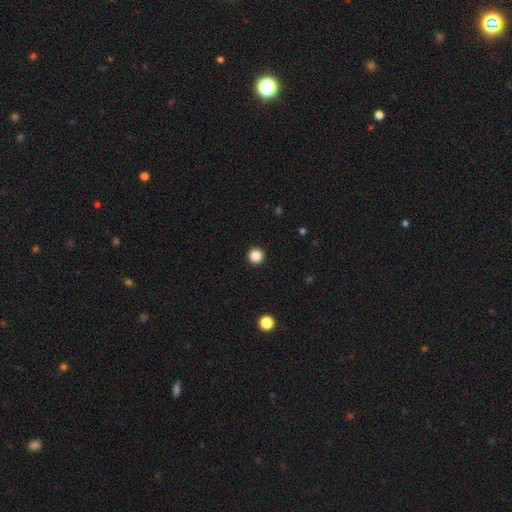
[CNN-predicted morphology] A smooth galaxy with no disk features (86%) that is round (96%).

Vote fractions:
- Smooth or featured? smooth: 86% / star or artifact: 11% / featured or disk: 3%
- How rounded? round: 96% / in between: 3% / cigar-shaped: 1%
- Merging? none: 94% / minor disturbance: 4% / major disturbance: 1% / merger: 1%